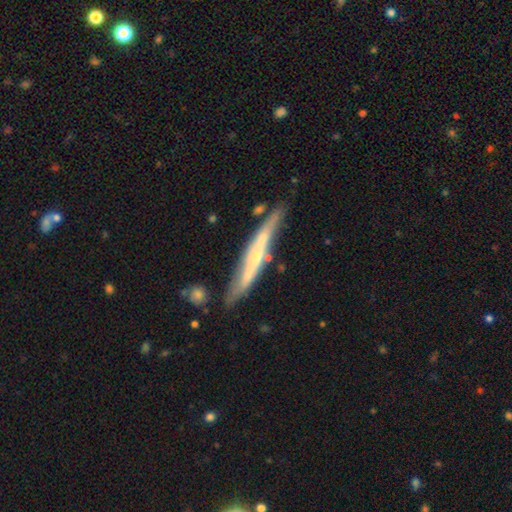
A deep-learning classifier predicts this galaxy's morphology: This appears to be a featured or disk galaxy (65%) viewed edge-on (89%) with a rounded central bulge (46%). Merging: none (71%).